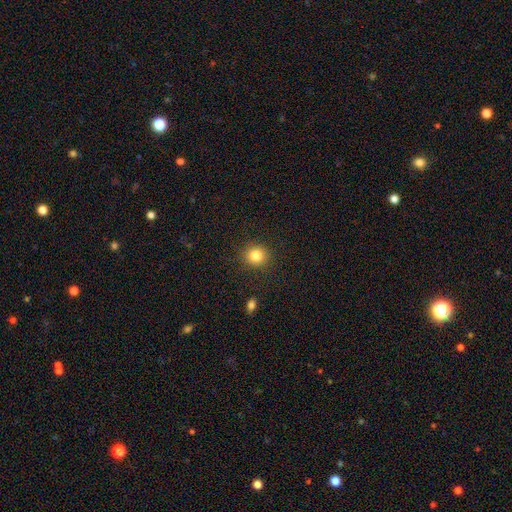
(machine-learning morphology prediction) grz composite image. It shows a smooth galaxy with no disk features (83%) that is round (86%). Merging: none (89%).